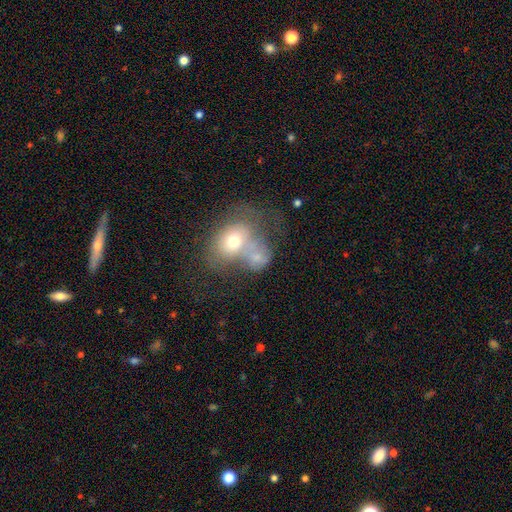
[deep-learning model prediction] smooth 60%, featured or disk 29%, star or artifact 12%. Down the decision tree: how rounded — in between (55%); merging — merger (60%).